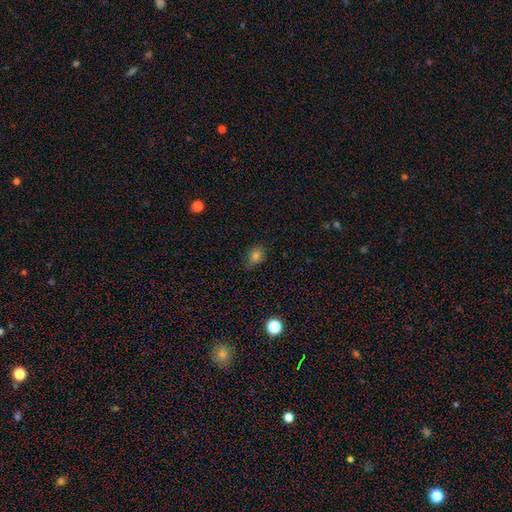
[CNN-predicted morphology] The model was most divided on "how rounded": in between: 61%, round: 38%, cigar-shaped: 1%. More confident: smooth or featured — smooth (78%); merging — none (70%).